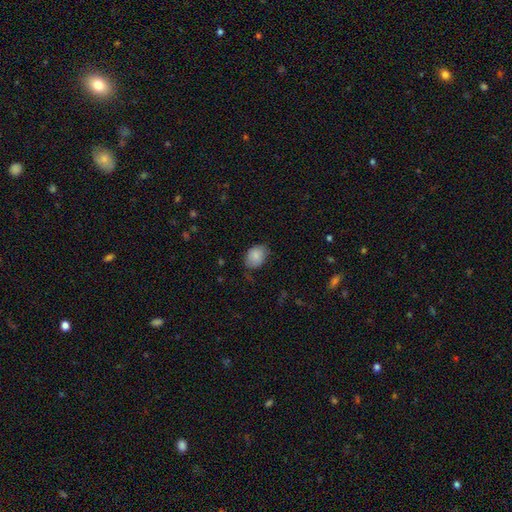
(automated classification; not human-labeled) Smooth or featured: smooth — 85% (featured or disk — 8%)
How rounded: in between — 69% (round — 30%)
Merging: none — 67% (minor disturbance — 26%)